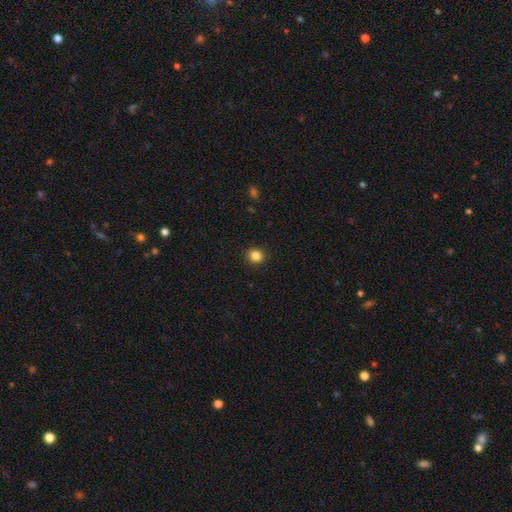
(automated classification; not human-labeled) Morphology: type=smooth (84%); roundness=round (89%); merging=none (92%).